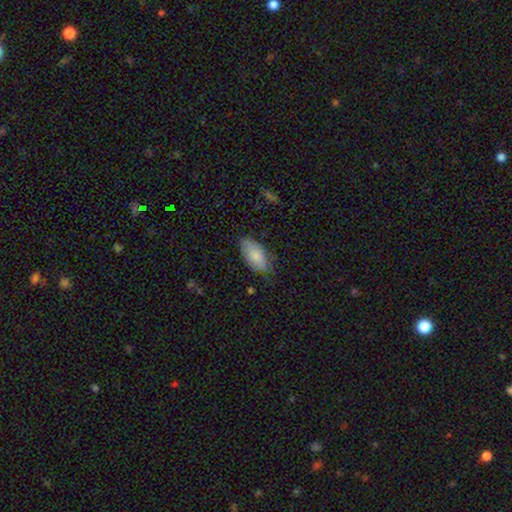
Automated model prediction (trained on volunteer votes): smooth-or-featured: smooth: 82% | featured or disk: 12% | star or artifact: 6%
  how-rounded: in between: 94% | cigar-shaped: 4% | round: 2%
  merging: none: 71% | minor disturbance: 24% | major disturbance: 4% | merger: 1%